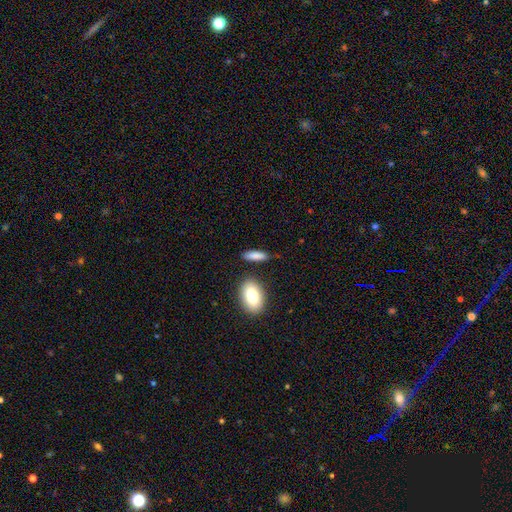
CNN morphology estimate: Smooth or featured?
  - smooth: 84% *
  - featured or disk: 9%
  - star or artifact: 7%
How rounded?
  - in between: 54% *
  - cigar-shaped: 42%
  - round: 4%
Merging?
  - none: 74% *
  - minor disturbance: 15%
  - merger: 7%
  - major disturbance: 4%